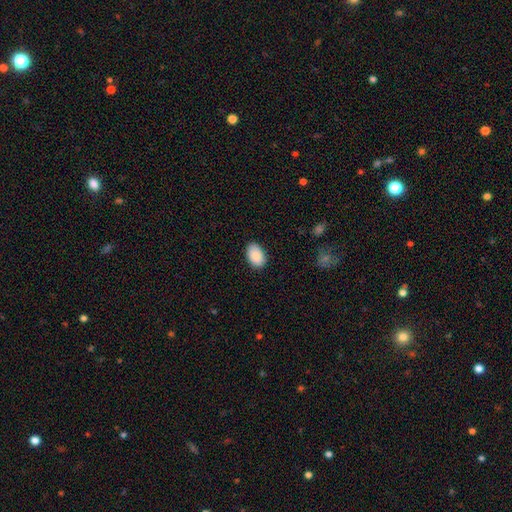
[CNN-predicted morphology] Smooth or featured? smooth (89%)
How rounded? in between (90%)
Merging? none (86%)